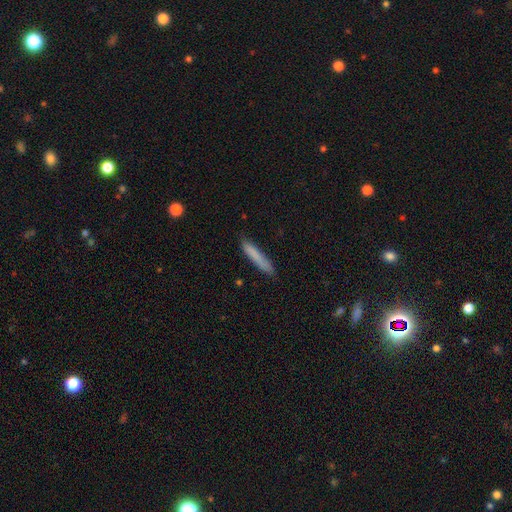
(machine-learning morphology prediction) Overall: smooth (81%). How rounded: cigar-shaped (93%). Merging: none (84%).